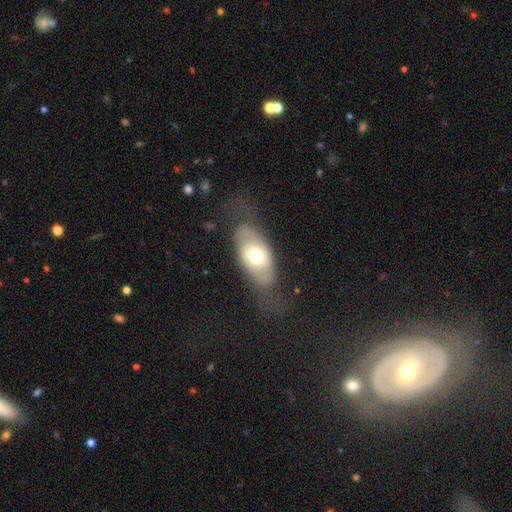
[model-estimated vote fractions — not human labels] Smooth or featured: smooth — 57% (featured or disk — 35%)
How rounded: in between — 87% (round — 7%)
Merging: none — 57% (minor disturbance — 21%)